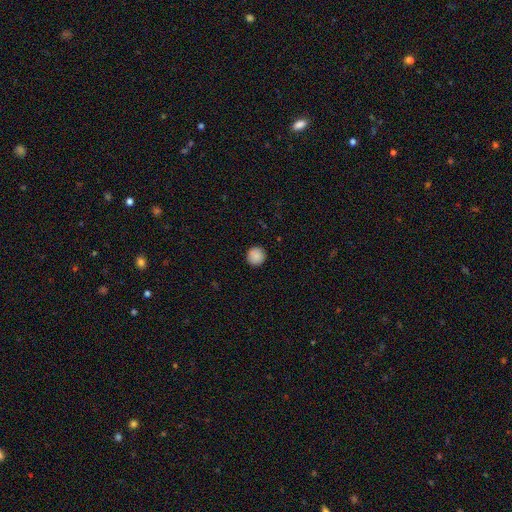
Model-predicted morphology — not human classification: This appears to be a smooth galaxy with no disk features (88%) that is round (94%). Merging: none (91%).